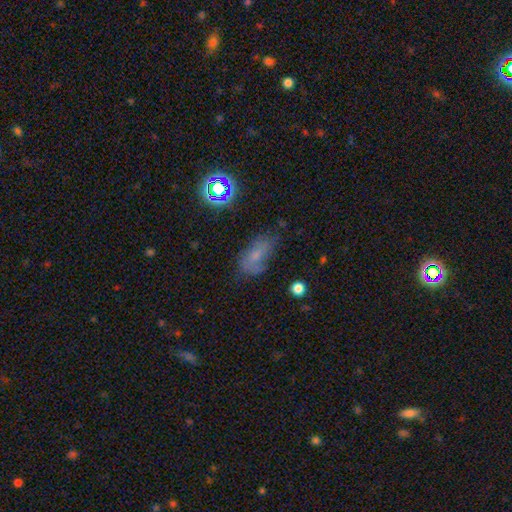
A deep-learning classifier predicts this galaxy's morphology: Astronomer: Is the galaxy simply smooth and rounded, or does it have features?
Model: smooth — 55%.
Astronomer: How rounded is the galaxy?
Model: in between — 85%.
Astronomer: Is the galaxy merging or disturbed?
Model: none — 49% (runner-up: minor disturbance, 33%).